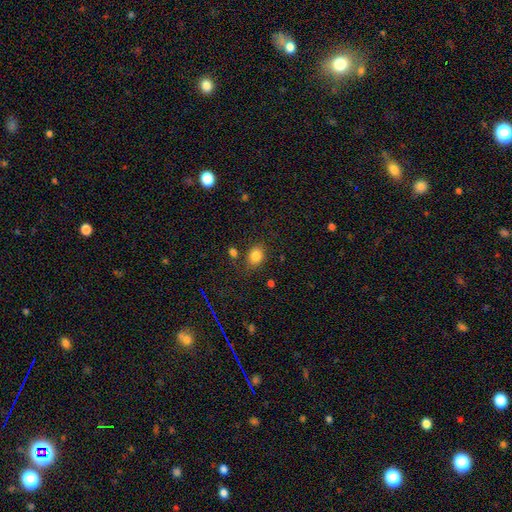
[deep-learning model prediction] Smooth or featured? smooth (83%)
How rounded? in between (53%)
Merging? none (78%)